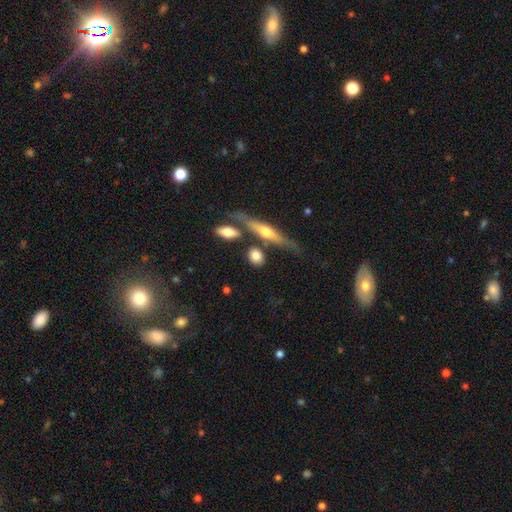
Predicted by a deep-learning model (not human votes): Smooth or featured: smooth — 69% (featured or disk — 24%)
How rounded: in between — 41% (round — 40%)
Merging: none — 65% (merger — 16%)